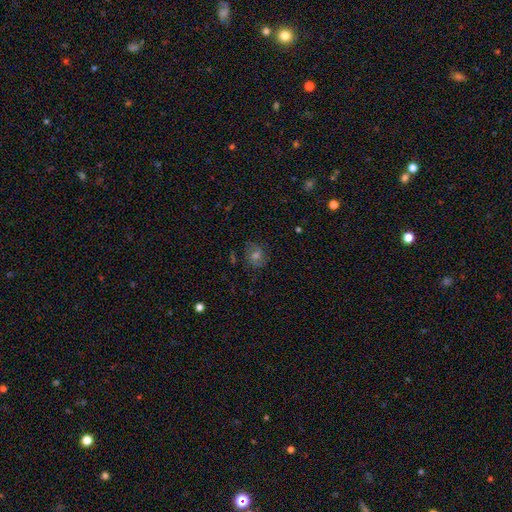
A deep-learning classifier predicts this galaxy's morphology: A smooth galaxy with no disk features (42%). Merging: none (80%).